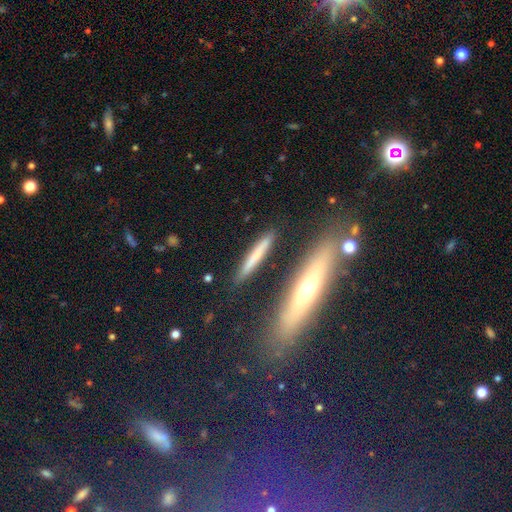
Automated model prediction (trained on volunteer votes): Morphology: type=smooth (59%); roundness=cigar-shaped (91%); merging=none (85%).